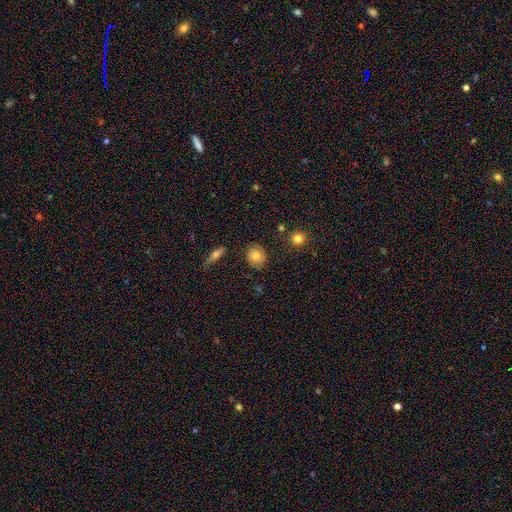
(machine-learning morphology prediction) smooth-or-featured: smooth: 63% | featured or disk: 27% | star or artifact: 10%
  how-rounded: round: 71% | in between: 27% | cigar-shaped: 2%
  merging: none: 82% | minor disturbance: 13% | major disturbance: 3% | merger: 2%